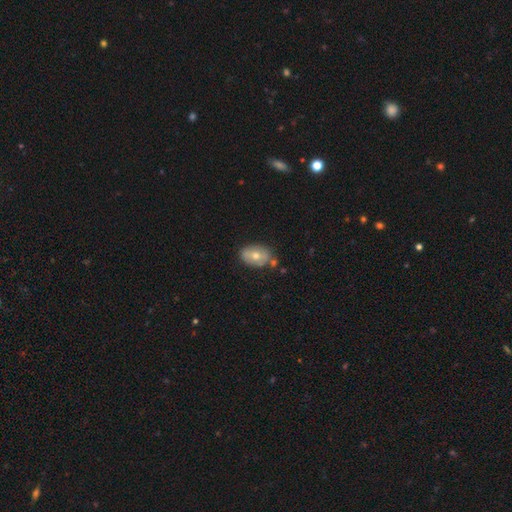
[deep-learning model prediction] This appears to be a smooth galaxy with no disk features (62%) that is in between round and cigar-shaped (82%). Merging: none (68%).